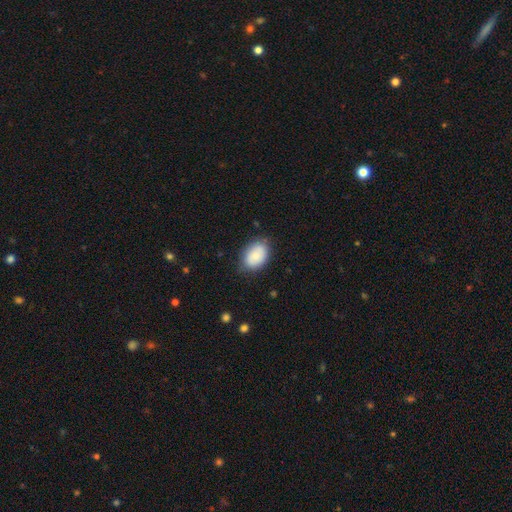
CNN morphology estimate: A smooth galaxy with no disk features (83%) that is in between round and cigar-shaped (84%). Merging: none (77%).